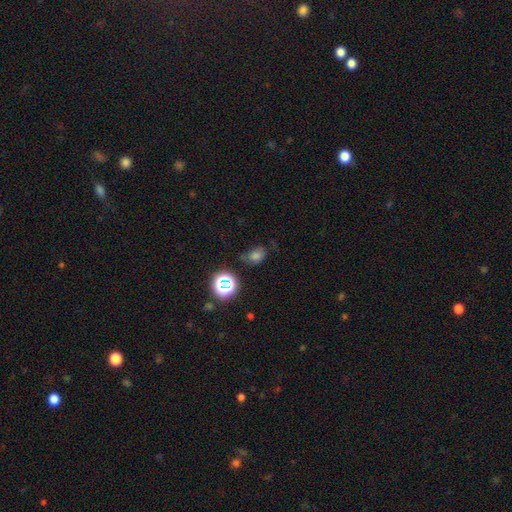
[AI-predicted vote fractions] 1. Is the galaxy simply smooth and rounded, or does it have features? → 57% smooth, 31% star or artifact, 12% featured or disk.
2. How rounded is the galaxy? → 60% in between, 39% round, 2% cigar-shaped.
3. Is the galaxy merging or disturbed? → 60% none, 25% minor disturbance, 11% major disturbance, 4% merger.